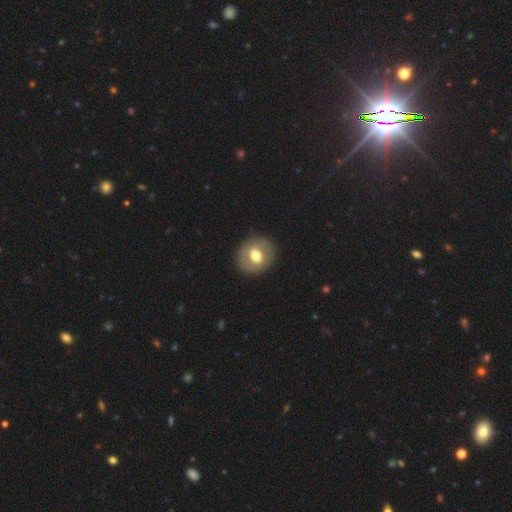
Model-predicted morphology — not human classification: A smooth galaxy with no disk features (58%) that is round (72%). Merging: none (87%).